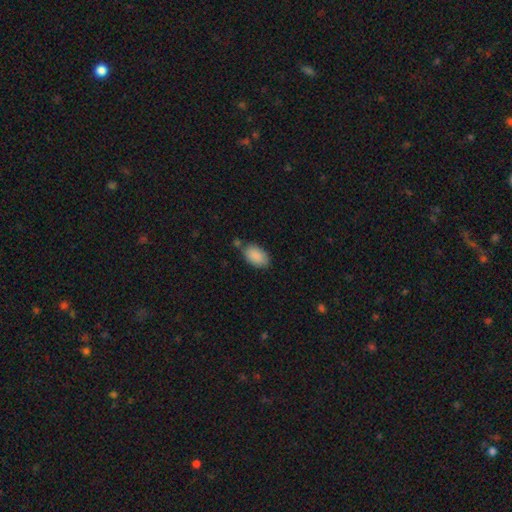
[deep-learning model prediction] smooth-or-featured: smooth: 89% | star or artifact: 6% | featured or disk: 4%
  how-rounded: in between: 93% | round: 5% | cigar-shaped: 1%
  merging: none: 71% | minor disturbance: 17% | merger: 8% | major disturbance: 4%